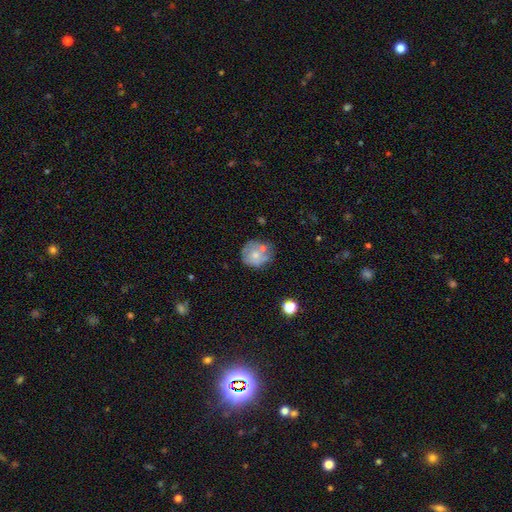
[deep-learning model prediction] The model was most divided on "smooth or featured": smooth: 56%, featured or disk: 36%, star or artifact: 8%. More confident: how rounded — round (81%); merging — none (51%).